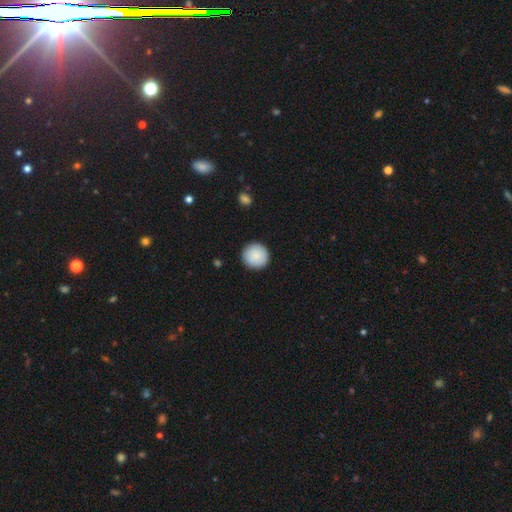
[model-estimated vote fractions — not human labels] smooth 89%, star or artifact 6%, featured or disk 5%. Down the decision tree: how rounded — round (96%); merging — none (92%).